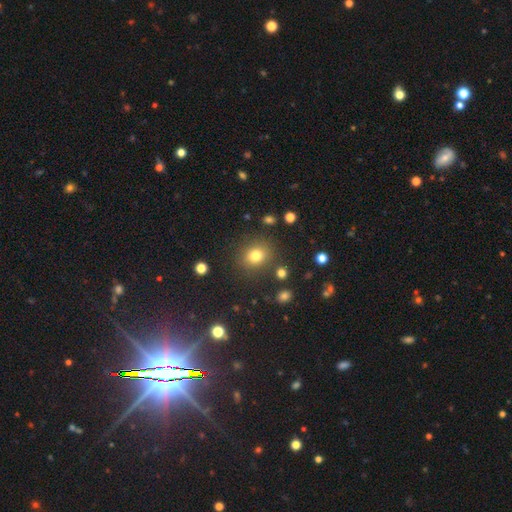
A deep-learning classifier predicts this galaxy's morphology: Smooth or featured: smooth — 78% (star or artifact — 15%)
How rounded: round — 75% (in between — 24%)
Merging: none — 84% (minor disturbance — 9%)